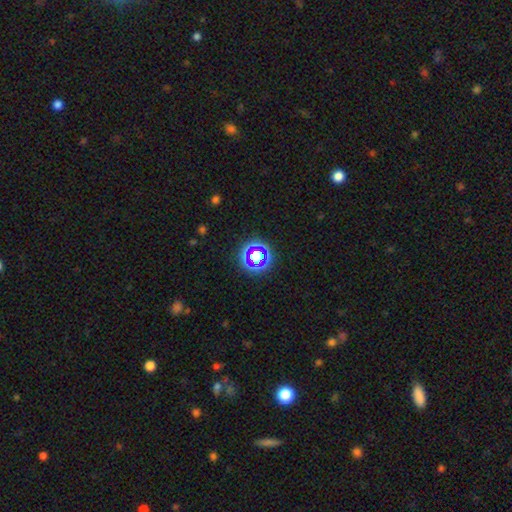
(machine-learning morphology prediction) Smooth or featured? star or artifact (56%)